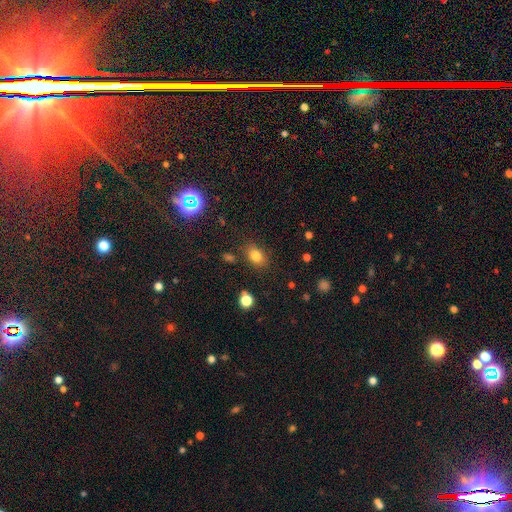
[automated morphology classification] Smooth or featured: smooth — 79% (star or artifact — 13%)
How rounded: in between — 75% (round — 24%)
Merging: none — 81% (minor disturbance — 12%)